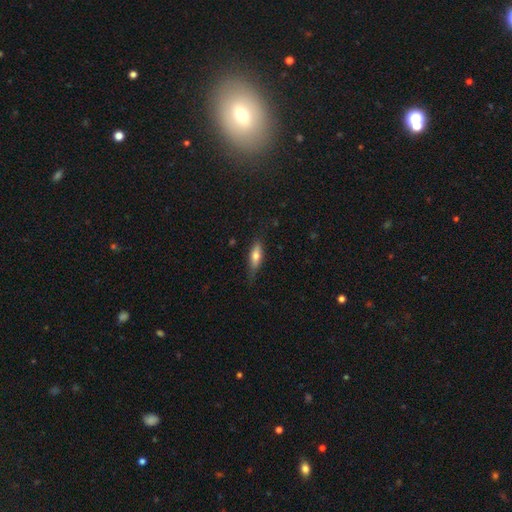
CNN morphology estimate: The model was most divided on "how rounded": in between: 56%, cigar-shaped: 42%, round: 3%. More confident: merging — none (72%); smooth or featured — smooth (67%).